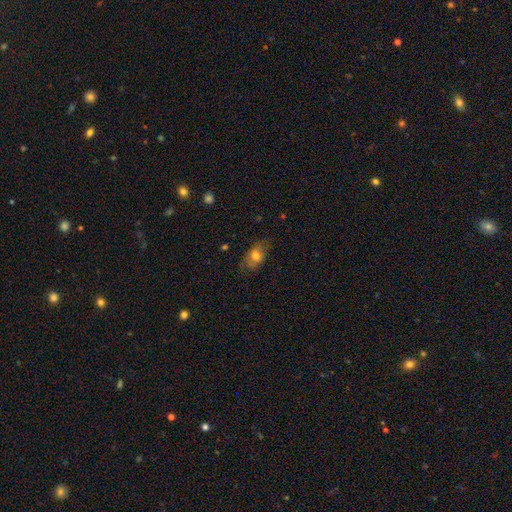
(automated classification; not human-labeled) The model was most divided on "merging": none: 67%, minor disturbance: 24%, major disturbance: 8%, merger: 1%. More confident: how rounded — in between (82%); smooth or featured — smooth (68%).